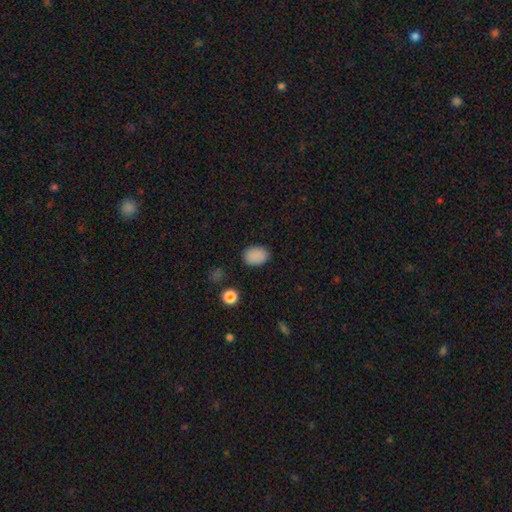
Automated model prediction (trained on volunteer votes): Smooth or featured? smooth (87%)
How rounded? in between (74%)
Merging? none (87%)